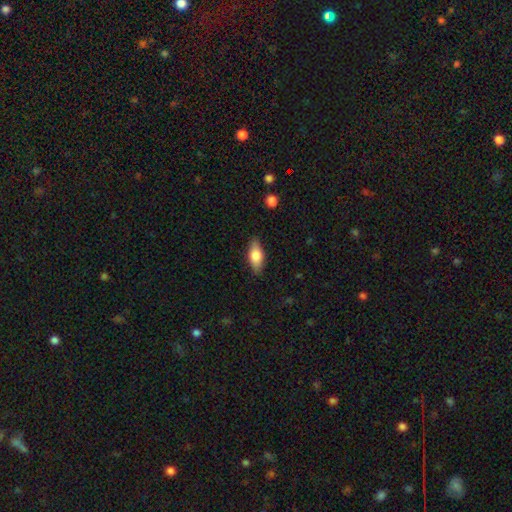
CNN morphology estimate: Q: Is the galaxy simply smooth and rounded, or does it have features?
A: smooth — 75%.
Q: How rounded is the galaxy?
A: in between — 81%.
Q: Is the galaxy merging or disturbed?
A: none — 84%.